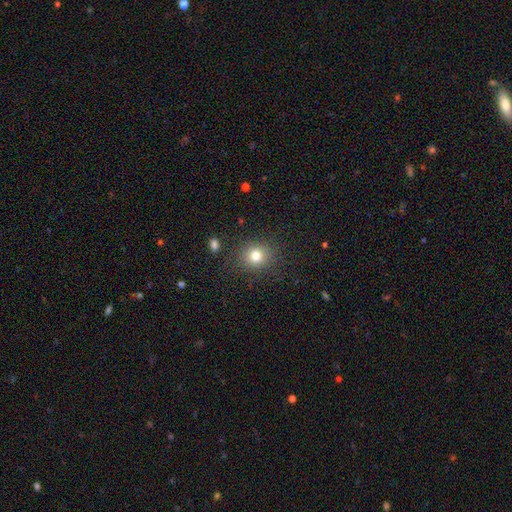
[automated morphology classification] smooth 79%, star or artifact 13%, featured or disk 8%. Down the decision tree: how rounded — round (78%); merging — none (86%).